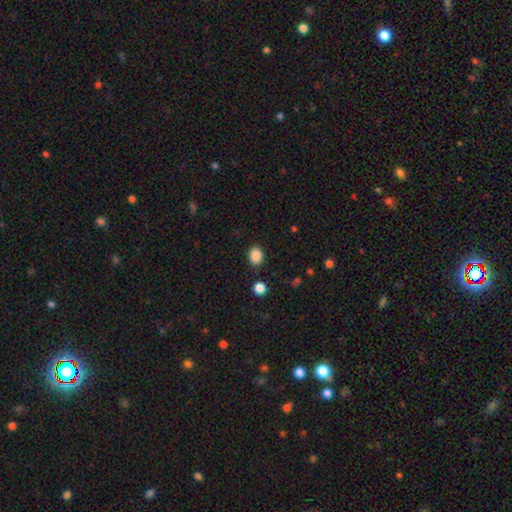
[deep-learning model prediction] Q: Smooth or featured?
A: smooth (87%); runner-up: star or artifact (10%)
Q: How rounded?
A: round (50%); runner-up: in between (49%)
Q: Merging?
A: none (86%); runner-up: minor disturbance (9%)